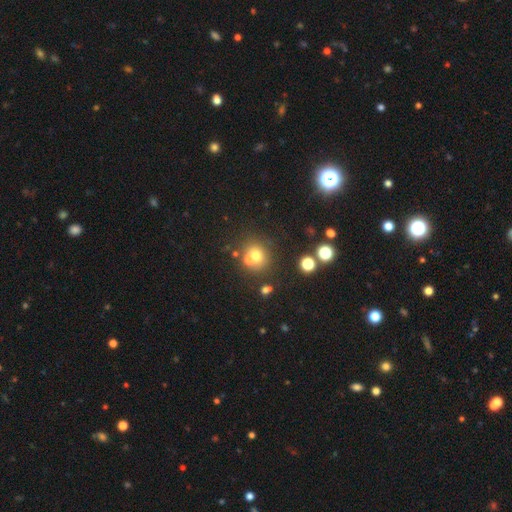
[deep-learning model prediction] A smooth galaxy with no disk features (64%) that is round (82%).

Vote fractions:
- Smooth or featured? smooth: 64% / star or artifact: 18% / featured or disk: 17%
- How rounded? round: 82% / in between: 18% / cigar-shaped: 1%
- Merging? none: 53% / merger: 34% / minor disturbance: 9% / major disturbance: 4%